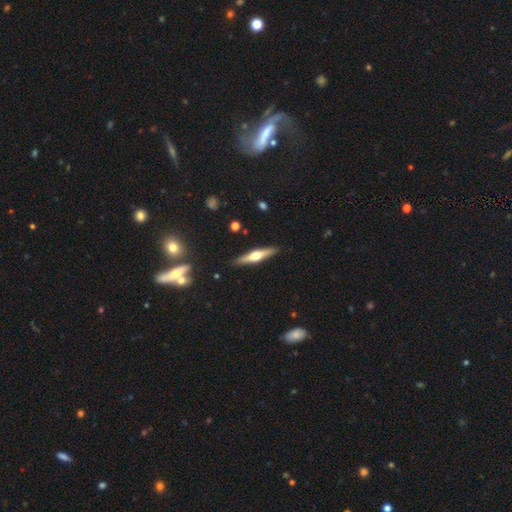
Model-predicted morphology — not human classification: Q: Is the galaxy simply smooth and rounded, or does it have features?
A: featured or disk — 62%.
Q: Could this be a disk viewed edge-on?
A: yes — 96%.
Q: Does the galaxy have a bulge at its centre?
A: rounded — 93%.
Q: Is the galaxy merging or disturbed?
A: none — 90%.